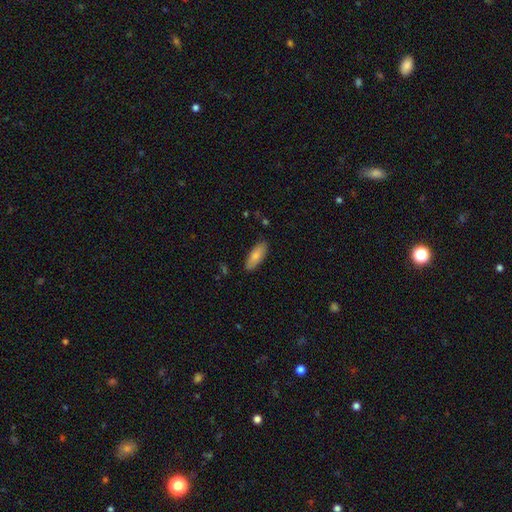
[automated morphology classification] Overall: smooth (81%). How rounded: in between (70%). Merging: none (86%).